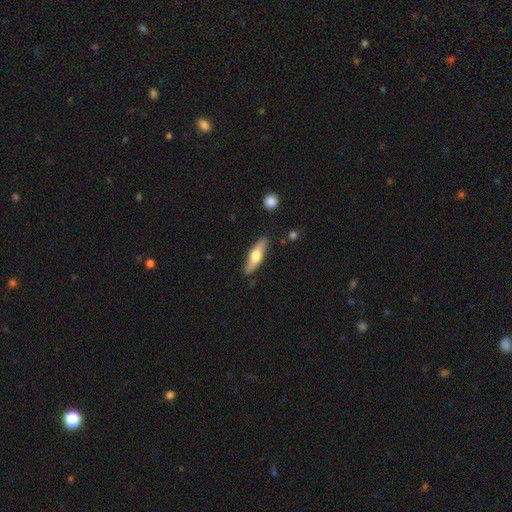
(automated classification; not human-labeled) The model was most divided on "smooth or featured": smooth: 48%, featured or disk: 47%, star or artifact: 5%. More confident: merging — none (86%).